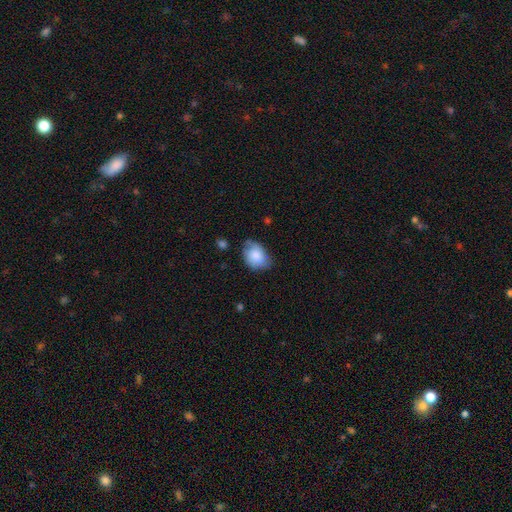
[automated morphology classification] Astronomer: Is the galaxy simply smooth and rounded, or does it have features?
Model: smooth — 74%.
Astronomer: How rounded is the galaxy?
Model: in between — 69%.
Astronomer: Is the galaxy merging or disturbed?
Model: none — 53% (runner-up: minor disturbance, 35%).